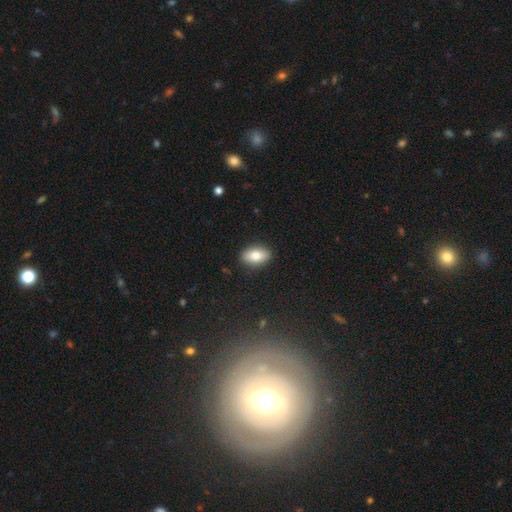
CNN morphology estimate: Overall: smooth (79%). How rounded: in between (88%). Merging: none (88%).